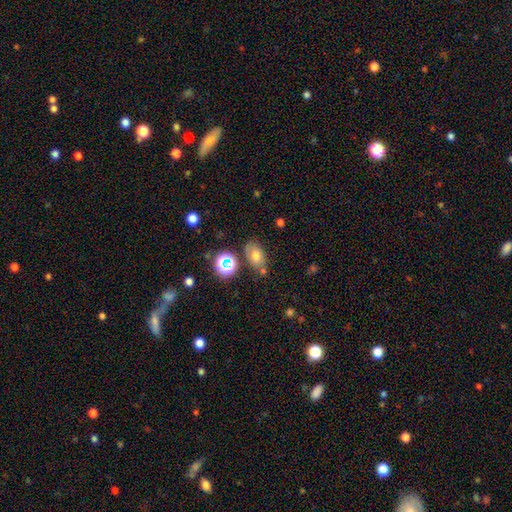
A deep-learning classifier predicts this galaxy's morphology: type=smooth (68%); roundness=in between (79%); merging=none (68%).